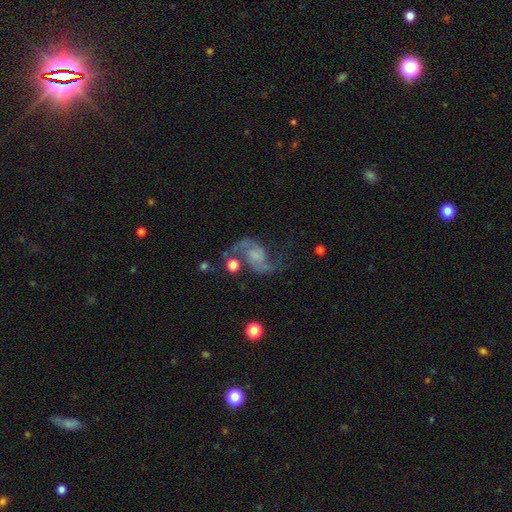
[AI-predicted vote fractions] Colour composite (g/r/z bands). It shows a featured or disk galaxy (86%) with no bar (58%), 2 (93%) loose (67%) spiral arms (96%) and no central bulge (46%). Merging: none (62%).